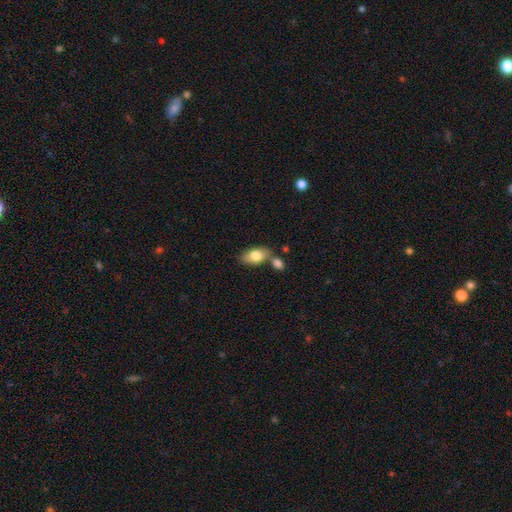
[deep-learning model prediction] smooth_or_featured: smooth (p=0.79) [alt: featured or disk p=0.15]
how_rounded: in between (p=0.90) [alt: round p=0.07]
merging: none (p=0.56) [alt: merger p=0.26]